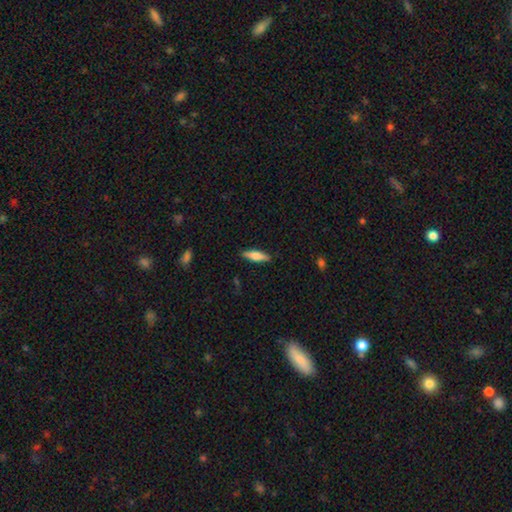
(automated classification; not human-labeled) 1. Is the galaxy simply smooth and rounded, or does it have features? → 67% smooth, 27% featured or disk, 6% star or artifact.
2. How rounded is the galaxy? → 55% cigar-shaped, 43% in between, 2% round.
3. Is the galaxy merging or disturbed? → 87% none, 10% minor disturbance, 2% major disturbance, 1% merger.